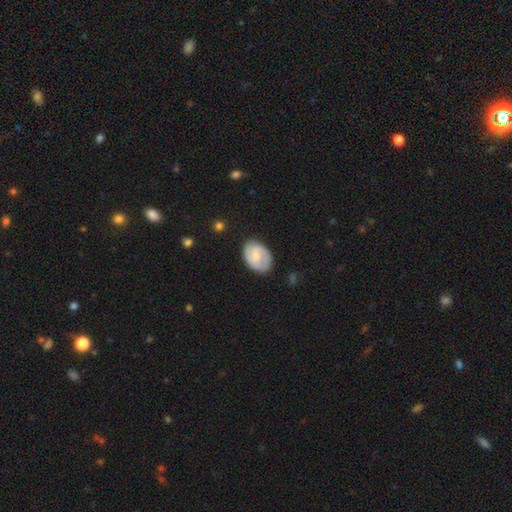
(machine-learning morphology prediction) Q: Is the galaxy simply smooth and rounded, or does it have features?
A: featured or disk — 51%.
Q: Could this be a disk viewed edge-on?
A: no — 97%.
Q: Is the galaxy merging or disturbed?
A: none — 75%.